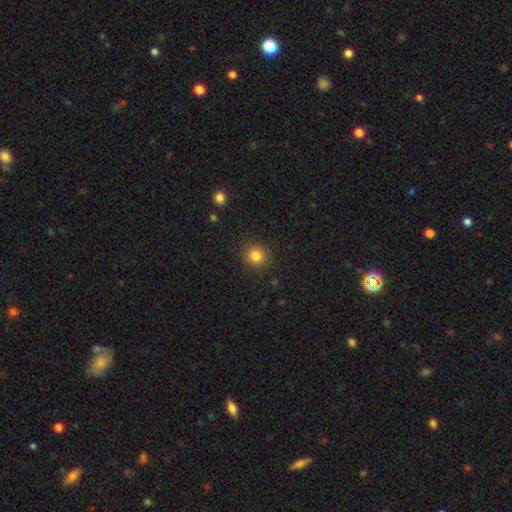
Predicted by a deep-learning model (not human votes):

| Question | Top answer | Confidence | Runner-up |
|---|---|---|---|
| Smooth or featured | smooth | 83% | star or artifact (12%) |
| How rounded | round | 88% | in between (11%) |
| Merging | none | 90% | minor disturbance (7%) |